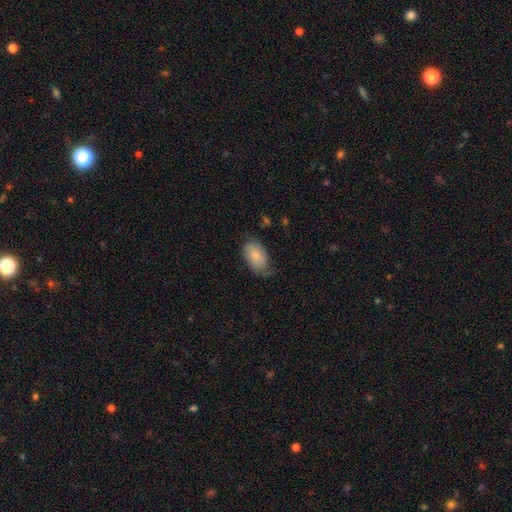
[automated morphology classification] Smooth or featured: smooth — 79% (featured or disk — 15%)
How rounded: in between — 93% (round — 5%)
Merging: none — 57% (minor disturbance — 32%)